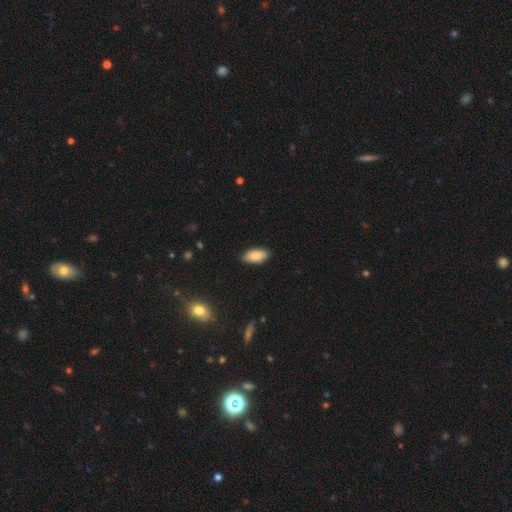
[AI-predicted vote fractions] The model was most divided on "merging": none: 87%, minor disturbance: 10%, major disturbance: 2%, merger: 1%. More confident: how rounded — in between (89%); smooth or featured — smooth (85%).